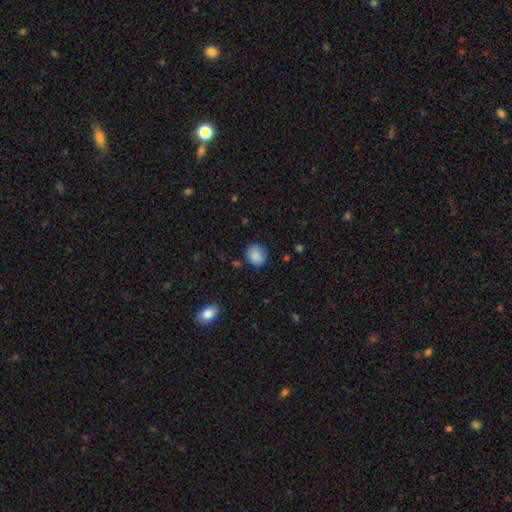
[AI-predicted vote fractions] The model was most divided on "how rounded": round: 77%, in between: 22%, cigar-shaped: 1%. More confident: smooth or featured — smooth (87%); merging — none (78%).